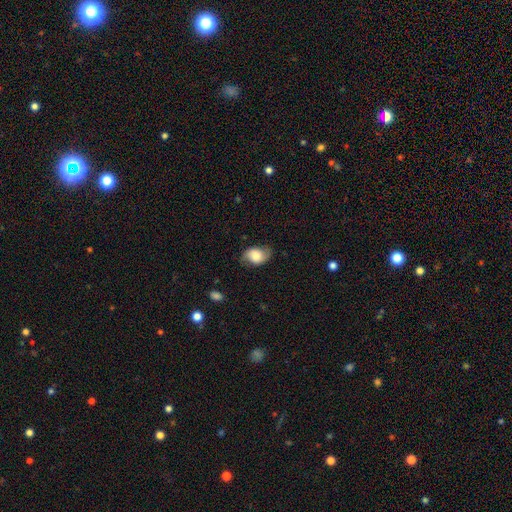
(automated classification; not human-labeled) This appears to be a smooth galaxy with no disk features (60%) that is in between round and cigar-shaped (77%). Merging: none (69%).